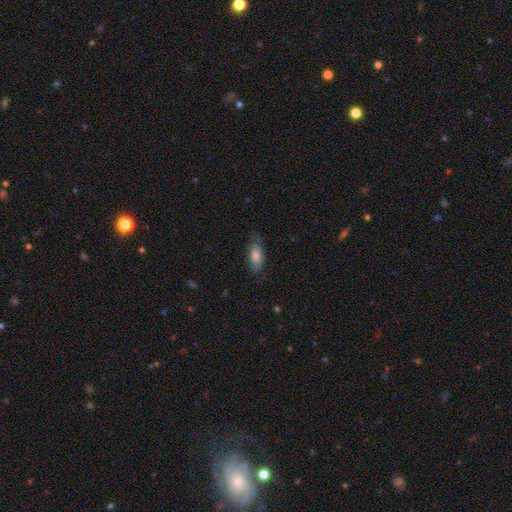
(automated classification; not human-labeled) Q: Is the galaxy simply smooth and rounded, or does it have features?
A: smooth — 70%.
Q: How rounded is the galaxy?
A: in between — 86%.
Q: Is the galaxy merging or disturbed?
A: none — 66%.